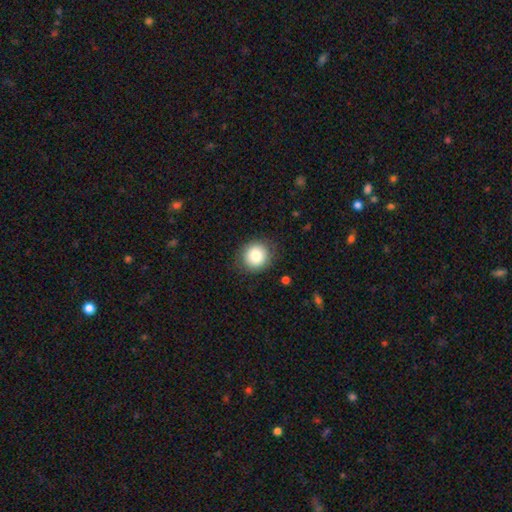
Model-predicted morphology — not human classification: smooth 82%, star or artifact 9%, featured or disk 9%. Down the decision tree: how rounded — round (91%); merging — none (85%).